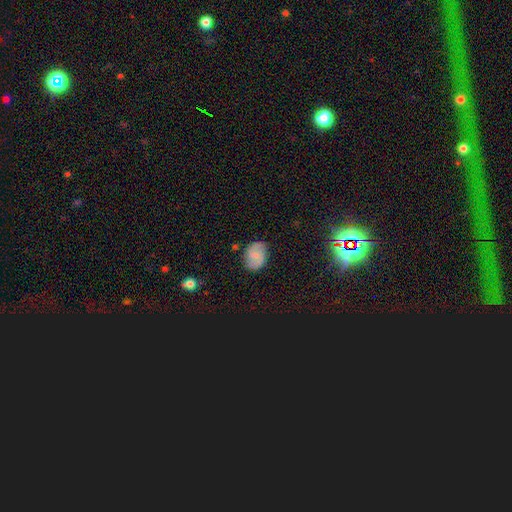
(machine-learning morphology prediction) Overall: featured or disk (49%; smooth 42%). Merging: none (78%).